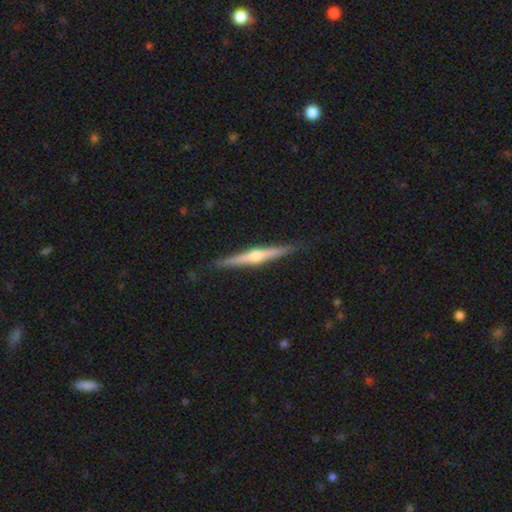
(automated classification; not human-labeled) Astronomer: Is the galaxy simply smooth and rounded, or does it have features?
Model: featured or disk — 74%.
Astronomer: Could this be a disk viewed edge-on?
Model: yes — 98%.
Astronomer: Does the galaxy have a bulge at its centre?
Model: rounded — 90%.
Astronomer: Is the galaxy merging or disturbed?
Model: none — 89%.